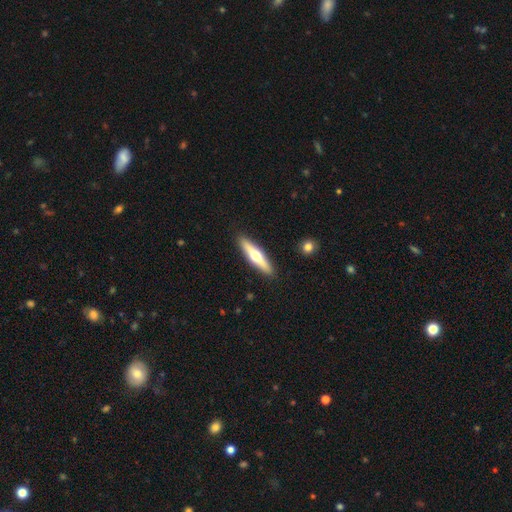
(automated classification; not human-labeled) Smooth or featured?
  - featured or disk: 57% *
  - smooth: 38%
  - star or artifact: 5%
Edge-on disk?
  - yes: 95% *
  - no: 5%
Edge-on bulge?
  - rounded: 94% *
  - none: 4%
  - boxy: 2%
Merging?
  - none: 91% *
  - minor disturbance: 6%
  - major disturbance: 1%
  - merger: 1%